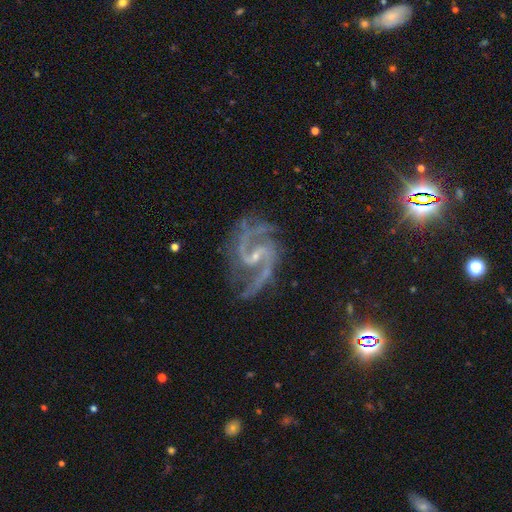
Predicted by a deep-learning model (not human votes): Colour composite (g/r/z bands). It shows a featured or disk galaxy (91%) with a weak bar (49%), 2 (83%) medium (54%) spiral arms (98%) and a small central bulge (75%). Merging: none (68%).